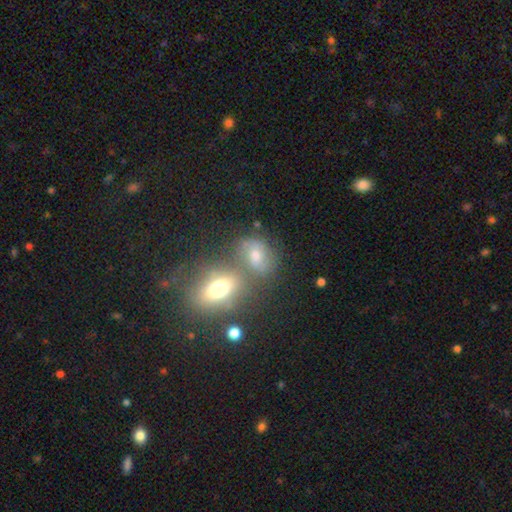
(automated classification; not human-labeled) smooth_or_featured: smooth (p=0.56) [alt: featured or disk p=0.27]
how_rounded: in between (p=0.58) [alt: round p=0.39]
merging: none (p=0.46) [alt: merger p=0.33]